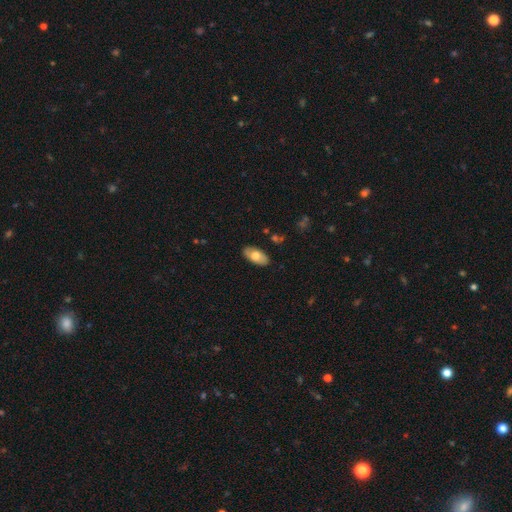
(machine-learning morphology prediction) Smooth or featured: smooth — 69% (featured or disk — 25%)
How rounded: in between — 93% (cigar-shaped — 4%)
Merging: none — 87% (minor disturbance — 10%)